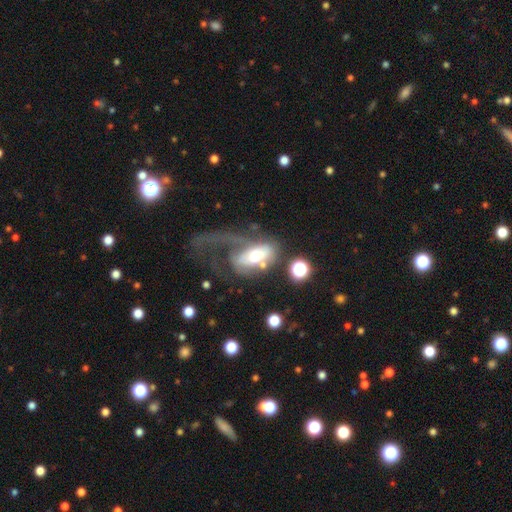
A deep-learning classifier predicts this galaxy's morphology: Smooth or featured? featured or disk (54%)
Edge-on disk? no (89%)
Merging? major disturbance (60%)